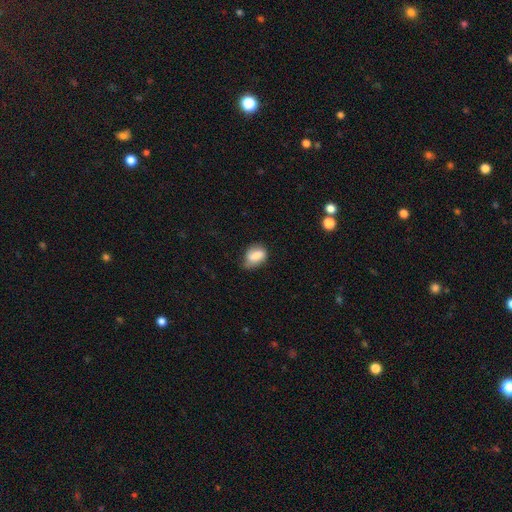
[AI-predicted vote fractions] Smooth or featured: smooth — 80% (featured or disk — 12%)
How rounded: in between — 75% (round — 23%)
Merging: none — 48% (minor disturbance — 40%)